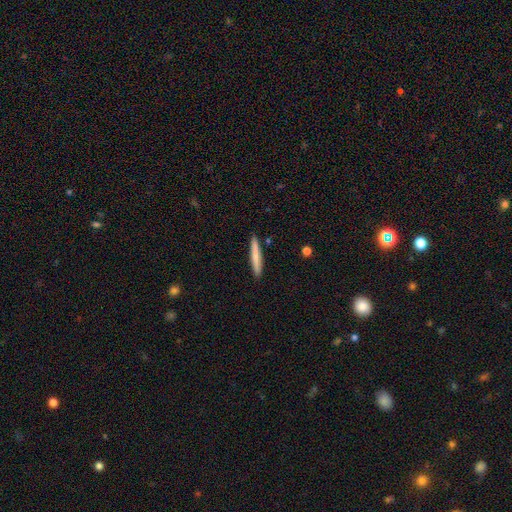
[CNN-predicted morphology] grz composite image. It shows a smooth galaxy with no disk features (73%) that is cigar-shaped (96%). Merging: none (91%).